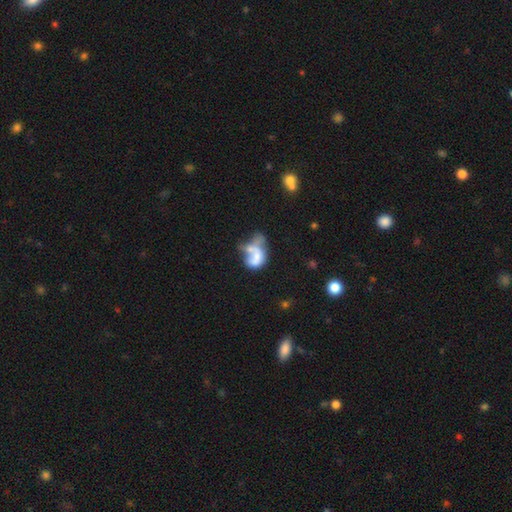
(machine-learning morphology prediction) smooth_or_featured: smooth (p=0.46) [alt: featured or disk p=0.43]
merging: merger (p=0.44) [alt: major disturbance p=0.28]